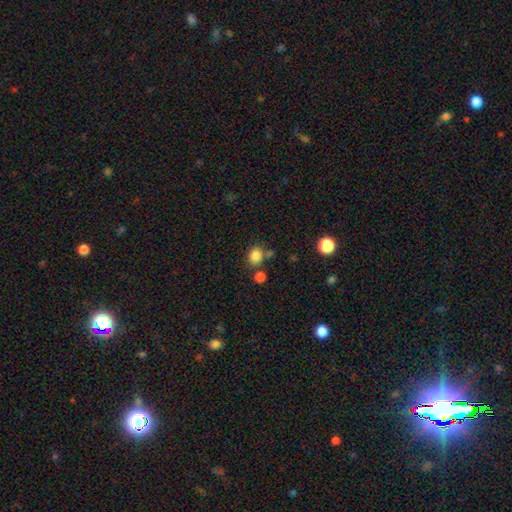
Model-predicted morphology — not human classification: Q: Smooth or featured?
A: smooth (84%); runner-up: star or artifact (12%)
Q: How rounded?
A: round (61%); runner-up: in between (39%)
Q: Merging?
A: none (70%); runner-up: merger (15%)